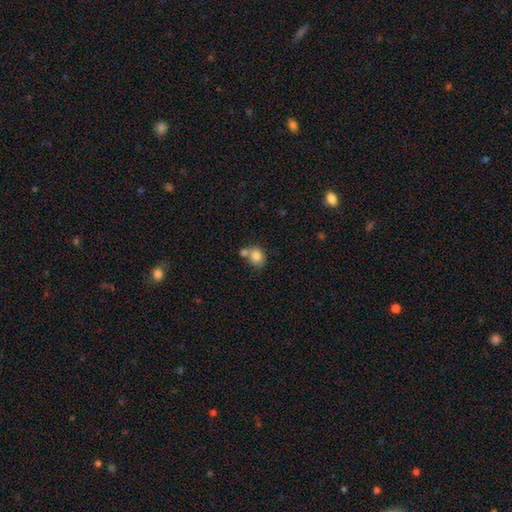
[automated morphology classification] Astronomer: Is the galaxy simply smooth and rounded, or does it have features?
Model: smooth — 82%.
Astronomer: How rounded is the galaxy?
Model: in between — 50% (runner-up: round, 49%).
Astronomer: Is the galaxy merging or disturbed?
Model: none — 41% (runner-up: merger, 40%).